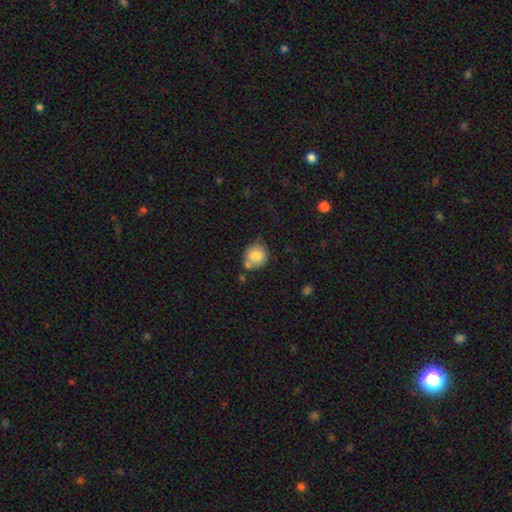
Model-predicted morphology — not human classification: smooth 82%, featured or disk 10%, star or artifact 8%. Down the decision tree: how rounded — round (83%); merging — none (59%).